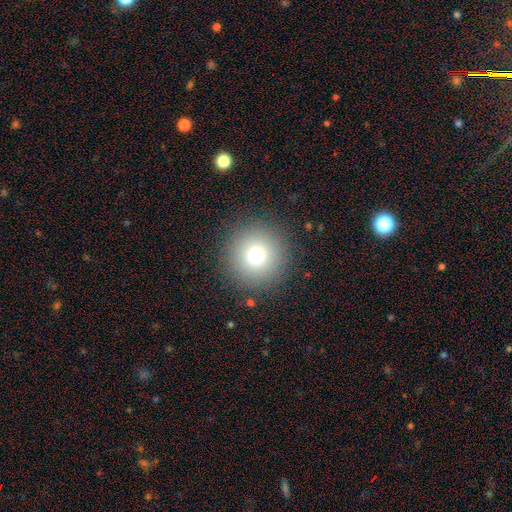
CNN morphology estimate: This appears to be a smooth galaxy with no disk features (73%) that is round (96%). Merging: none (90%).